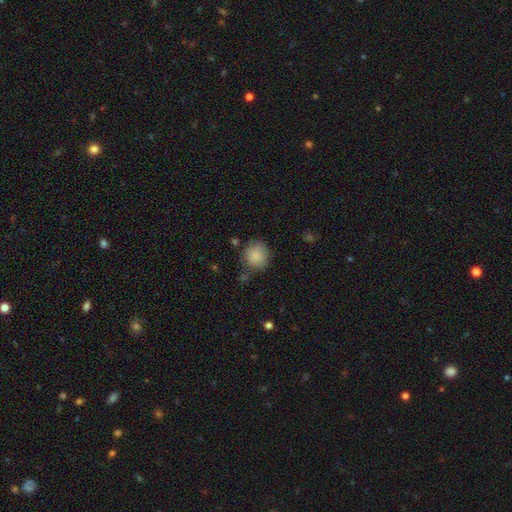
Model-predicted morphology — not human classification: The model was most divided on "merging": none: 74%, minor disturbance: 16%, merger: 5%, major disturbance: 5%. More confident: how rounded — round (87%); smooth or featured — smooth (87%).